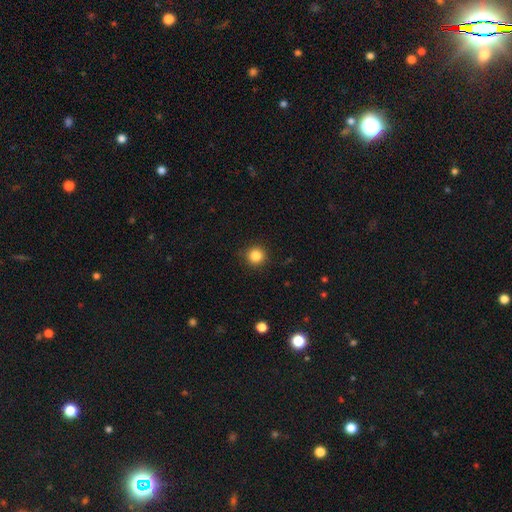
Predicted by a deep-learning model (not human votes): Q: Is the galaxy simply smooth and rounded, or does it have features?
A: smooth — 84%.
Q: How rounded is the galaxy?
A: round — 95%.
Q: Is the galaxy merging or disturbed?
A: none — 91%.